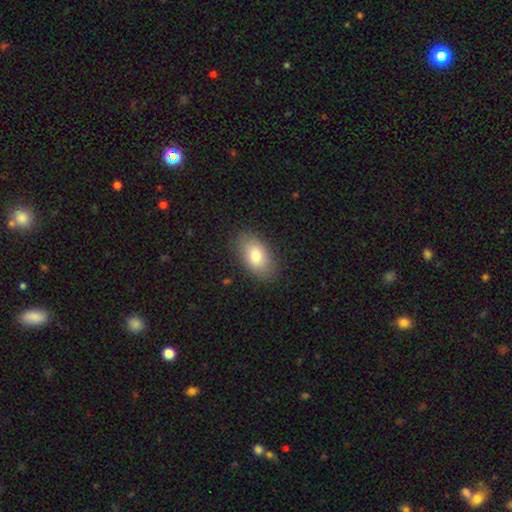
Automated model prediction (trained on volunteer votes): smooth_or_featured: smooth (p=0.80) [alt: featured or disk p=0.13]
how_rounded: in between (p=0.91) [alt: round p=0.06]
merging: none (p=0.86) [alt: minor disturbance p=0.10]